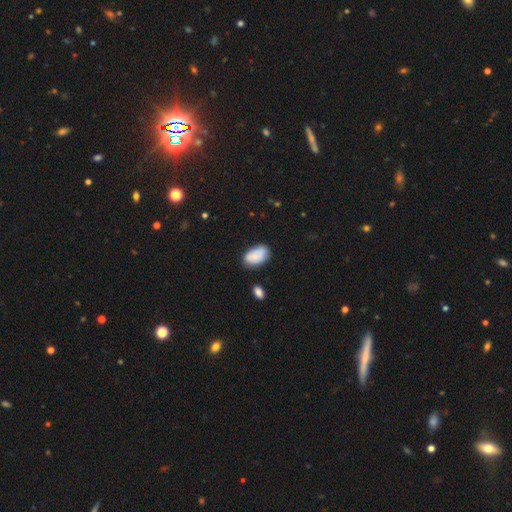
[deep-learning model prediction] A smooth galaxy with no disk features (74%) that is in between round and cigar-shaped (93%).

Vote fractions:
- Smooth or featured? smooth: 74% / featured or disk: 18% / star or artifact: 8%
- How rounded? in between: 93% / round: 6% / cigar-shaped: 1%
- Merging? none: 64% / minor disturbance: 25% / major disturbance: 6% / merger: 5%